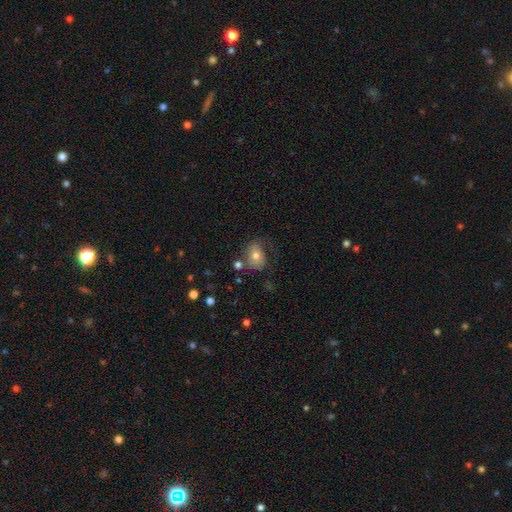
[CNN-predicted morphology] A smooth galaxy with no disk features (62%) that is in between round and cigar-shaped (55%). Merging: none (48%).